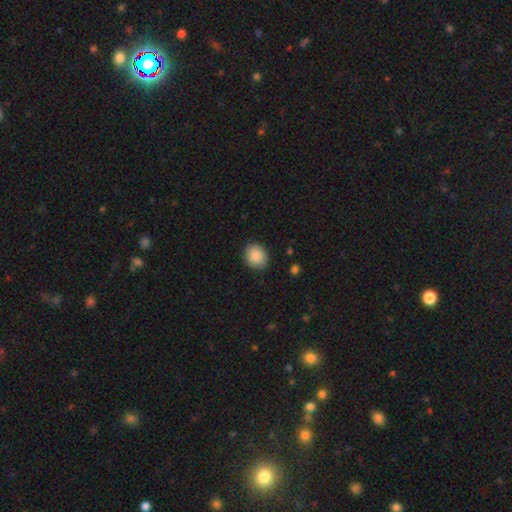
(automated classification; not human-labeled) This is clearly a smooth galaxy (88%). How rounded: likely round (65%). Merging: clearly none (88%).